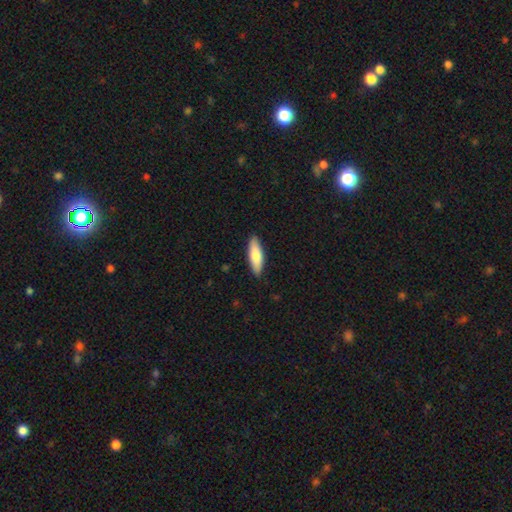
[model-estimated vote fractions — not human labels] Q: Smooth or featured?
A: smooth (80%); runner-up: featured or disk (15%)
Q: How rounded?
A: cigar-shaped (50%); runner-up: in between (48%)
Q: Merging?
A: none (89%); runner-up: minor disturbance (8%)